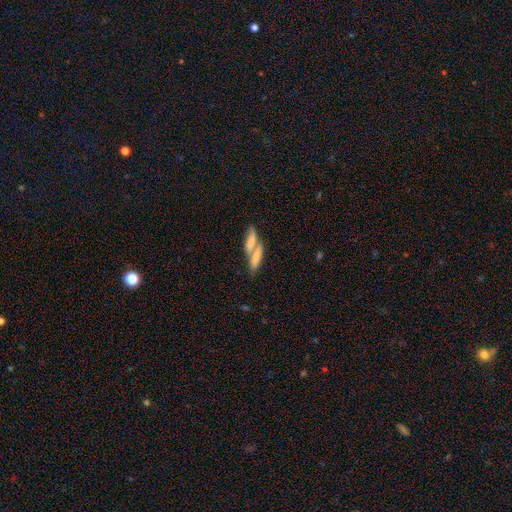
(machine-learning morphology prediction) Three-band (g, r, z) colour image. It shows a smooth galaxy with no disk features (65%) that is cigar-shaped (60%). Merging: merger (56%).